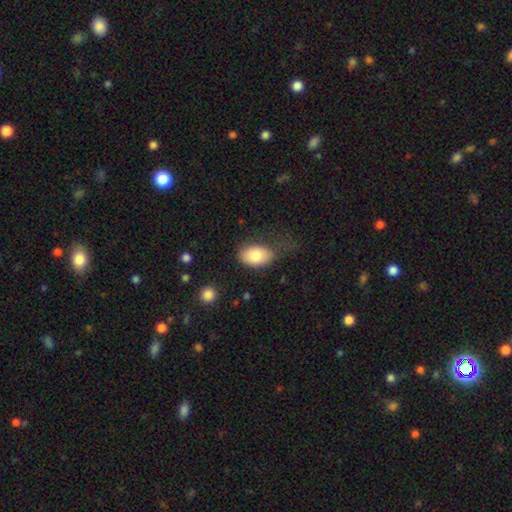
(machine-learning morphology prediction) Smooth or featured?
  - smooth: 81% *
  - featured or disk: 13%
  - star or artifact: 7%
How rounded?
  - in between: 88% *
  - round: 10%
  - cigar-shaped: 1%
Merging?
  - none: 55% *
  - minor disturbance: 26%
  - major disturbance: 16%
  - merger: 3%